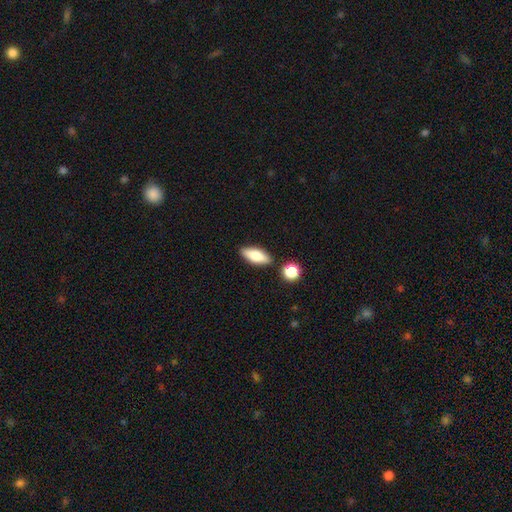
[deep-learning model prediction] The model was most divided on "how rounded": in between: 75%, cigar-shaped: 22%, round: 4%. More confident: merging — none (84%); smooth or featured — smooth (74%).